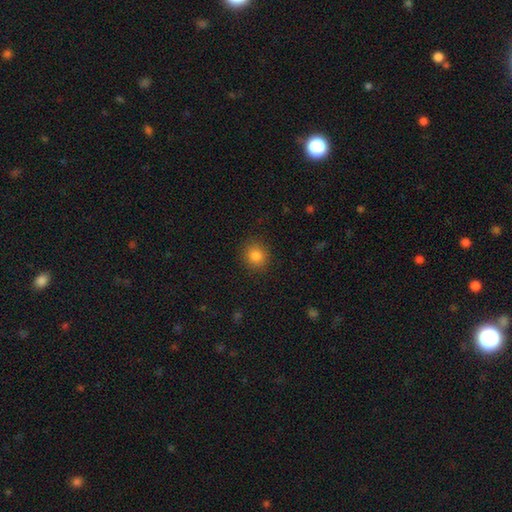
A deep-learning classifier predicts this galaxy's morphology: Smooth or featured: smooth — 84% (star or artifact — 11%)
How rounded: round — 82% (in between — 17%)
Merging: none — 89% (minor disturbance — 8%)